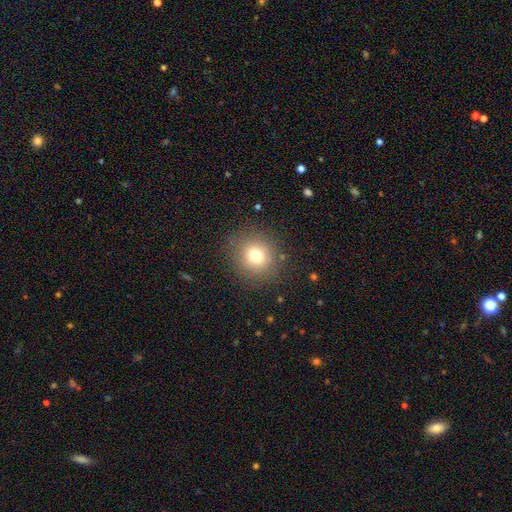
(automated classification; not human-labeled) The model was most divided on "smooth or featured": smooth: 75%, star or artifact: 15%, featured or disk: 10%. More confident: how rounded — round (90%); merging — none (86%).